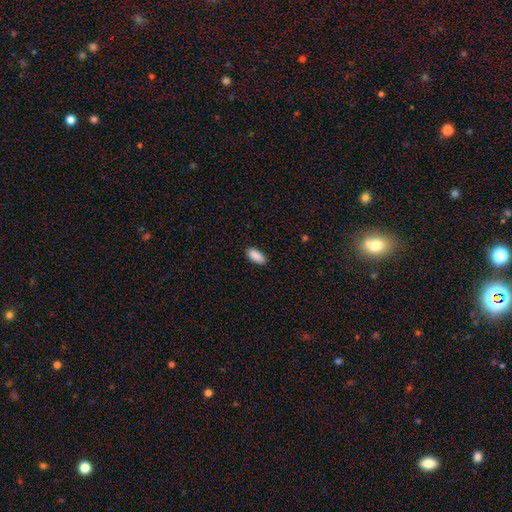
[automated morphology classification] This is clearly a smooth galaxy (90%). How rounded: clearly in between (90%). Merging: clearly none (87%).